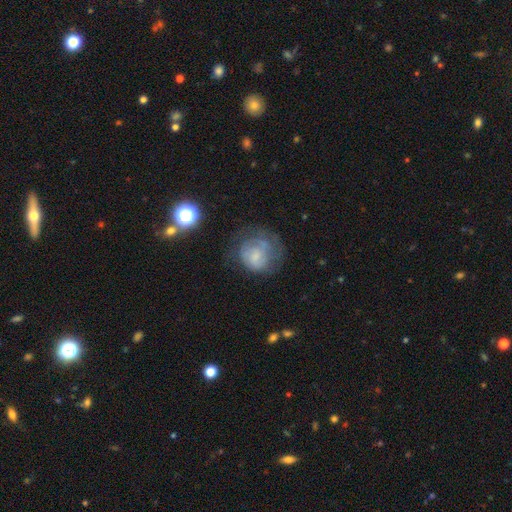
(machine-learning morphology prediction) type=featured or disk (46%); merging=none (44%).